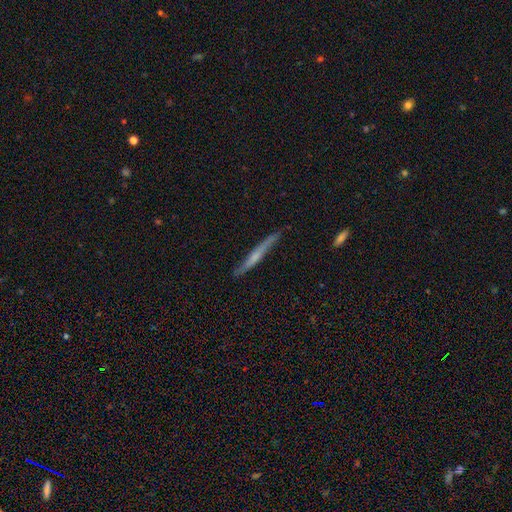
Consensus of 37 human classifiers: smooth_or_featured: featured or disk (p=0.51) [alt: smooth p=0.43]
disk_edge_on: yes (p=0.95) [alt: no p=0.05]
edge_on_bulge: none (p=0.50) [alt: rounded p=0.28]
merging: none (p=0.54) [alt: minor disturbance p=0.40]